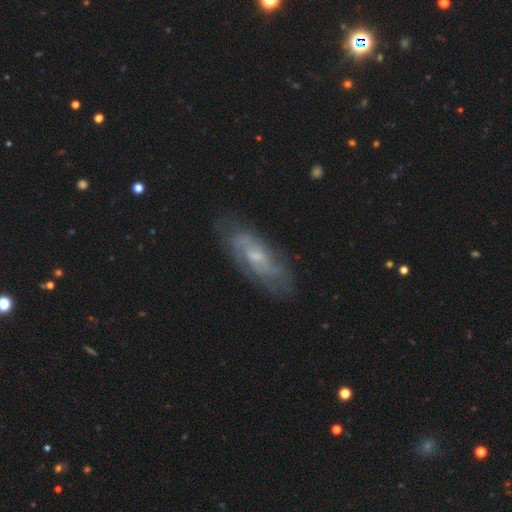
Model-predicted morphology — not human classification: Q: Smooth or featured?
A: featured or disk (66%); runner-up: smooth (27%)
Q: Edge-on disk?
A: no (82%); runner-up: yes (18%)
Q: Bar?
A: no (55%); runner-up: weak (38%)
Q: Spiral arms?
A: yes (76%); runner-up: no (24%)
Q: Bulge size?
A: small (49%); runner-up: moderate (40%)
Q: Merging?
A: none (72%); runner-up: minor disturbance (19%)